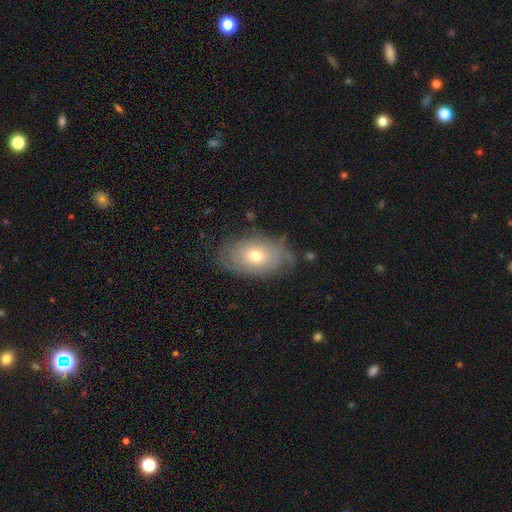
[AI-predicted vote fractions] Morphology: type=featured or disk (54%); edge-on=no (91%); merging=none (71%).